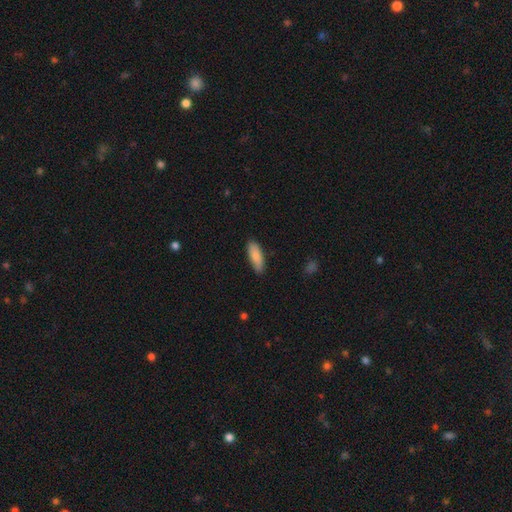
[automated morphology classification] Smooth or featured? Predicted: smooth (p=0.86). How rounded? Predicted: in between (p=0.60). Merging? Predicted: none (p=0.83).